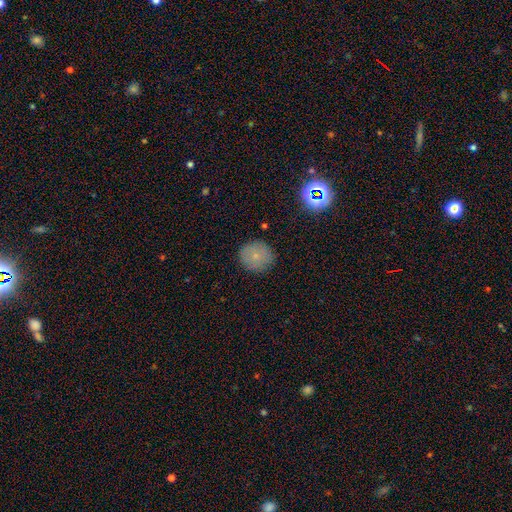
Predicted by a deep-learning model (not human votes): A smooth galaxy with no disk features (74%) that is round (89%).

Vote fractions:
- Smooth or featured? smooth: 74% / featured or disk: 14% / star or artifact: 13%
- How rounded? round: 89% / in between: 10% / cigar-shaped: 1%
- Merging? none: 86% / minor disturbance: 10% / major disturbance: 3% / merger: 1%